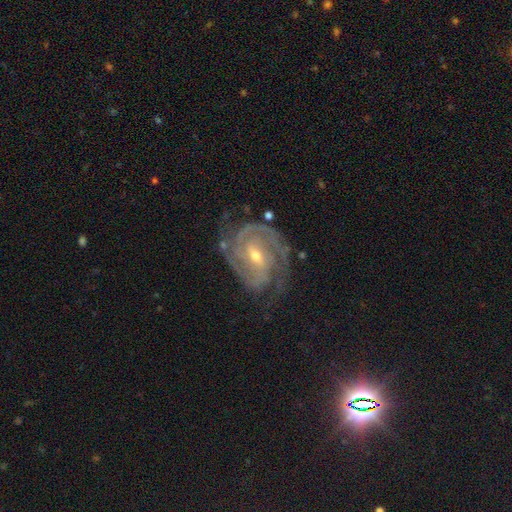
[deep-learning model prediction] Smooth or featured? featured or disk (92%)
Edge-on disk? no (97%)
Bar? weak (47%)
Spiral arms? yes (98%)
Spiral winding? tight (65%)
Spiral arm count? 2 (45%)
Bulge size? small (52%)
Merging? none (72%)